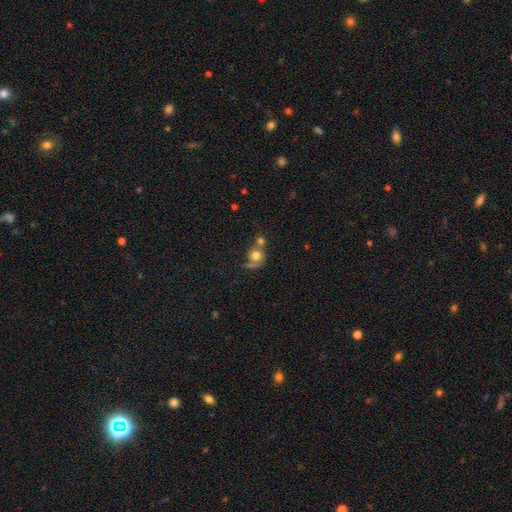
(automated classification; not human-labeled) Smooth or featured: smooth — 69% (featured or disk — 20%)
How rounded: round — 78% (in between — 21%)
Merging: merger — 42% (none — 32%)